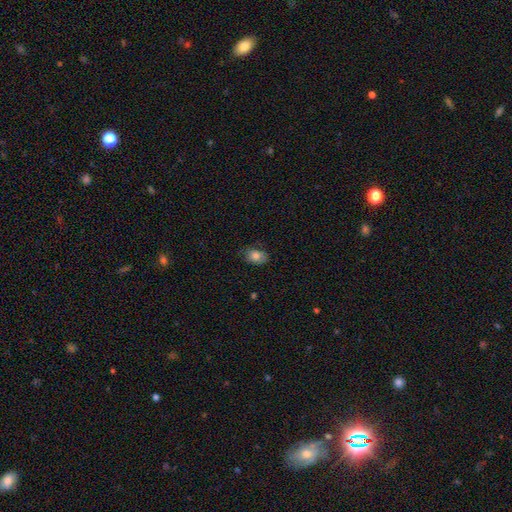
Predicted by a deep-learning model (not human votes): This is clearly a smooth galaxy (82%). How rounded: clearly in between (82%). Merging: likely none (75%).